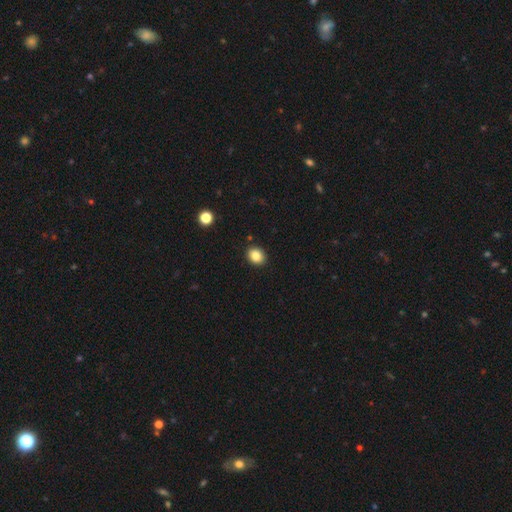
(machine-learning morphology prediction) Smooth or featured?
  - smooth: 85% *
  - star or artifact: 10%
  - featured or disk: 5%
How rounded?
  - round: 54% *
  - in between: 45%
  - cigar-shaped: 1%
Merging?
  - none: 90% *
  - minor disturbance: 7%
  - major disturbance: 2%
  - merger: 2%